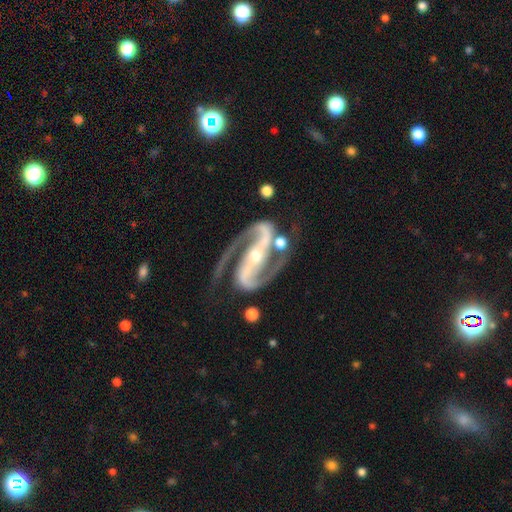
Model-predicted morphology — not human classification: This is clearly a featured or disk galaxy (94%). It is clearly not viewed edge-on (98%). Bar: likely strong (72%). Spiral arm pattern: clearly yes (99%). Spiral arm count: clearly 2 (94%). Spiral winding: likely medium (62%). Central bulge: possibly small (49%). Merging: likely none (70%).